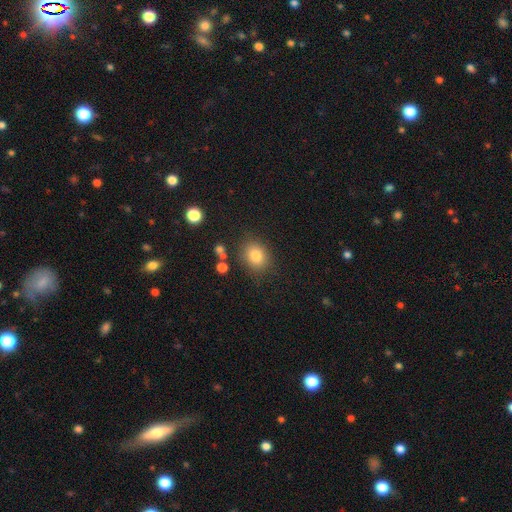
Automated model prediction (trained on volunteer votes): Overall: smooth (82%). How rounded: round (57%; in between 42%). Merging: none (81%).